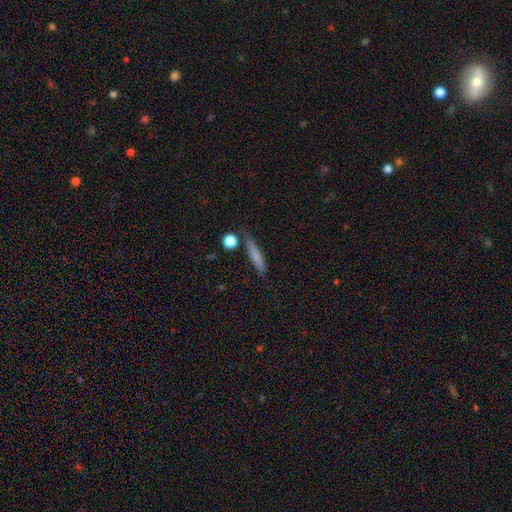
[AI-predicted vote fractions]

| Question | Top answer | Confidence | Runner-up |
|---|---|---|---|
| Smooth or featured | smooth | 70% | featured or disk (21%) |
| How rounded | cigar-shaped | 87% | in between (9%) |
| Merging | none | 75% | minor disturbance (15%) |